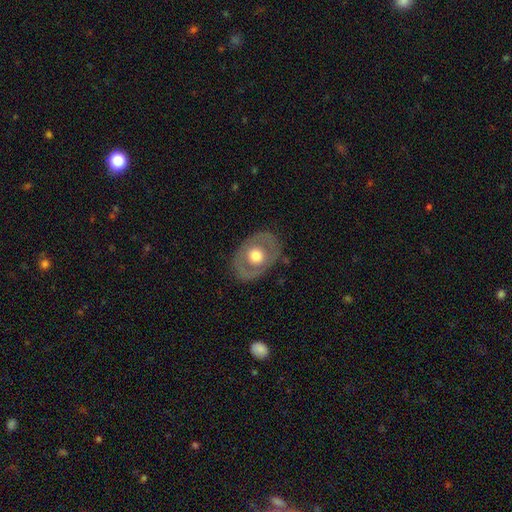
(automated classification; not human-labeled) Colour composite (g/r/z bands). It shows a featured or disk galaxy (50%). Merging: none (80%).